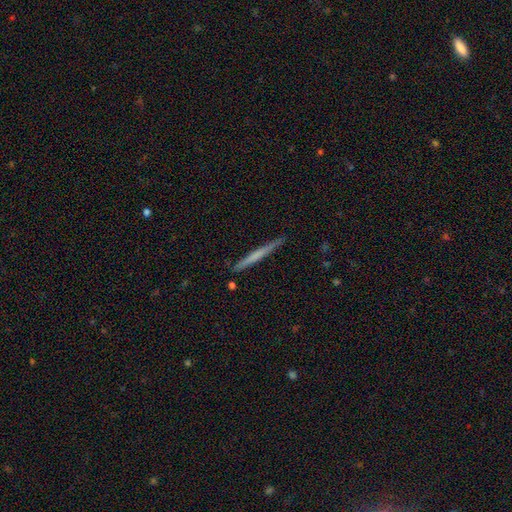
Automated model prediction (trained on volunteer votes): The model was most divided on "smooth or featured": smooth: 51%, featured or disk: 44%, star or artifact: 5%. More confident: how rounded — cigar-shaped (97%); merging — none (89%).